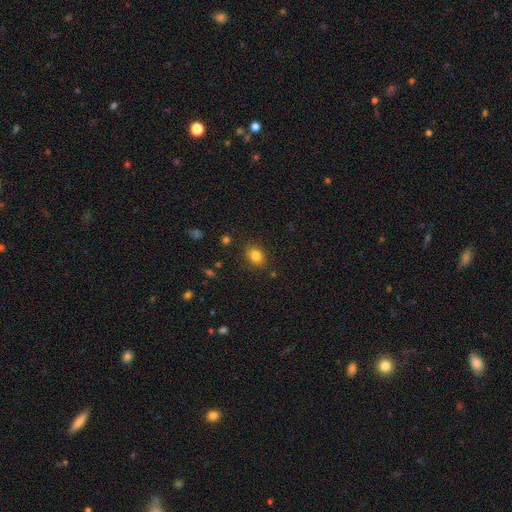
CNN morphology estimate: This is clearly a smooth galaxy (81%). How rounded: possibly in between (59%). Merging: clearly none (85%).